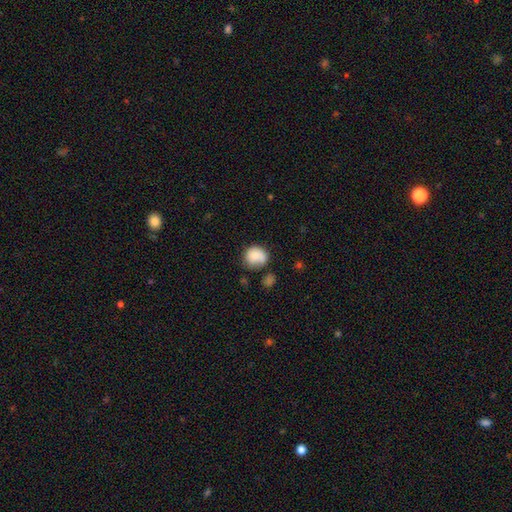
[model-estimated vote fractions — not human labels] Smooth or featured? smooth (78%)
How rounded? round (76%)
Merging? none (52%)